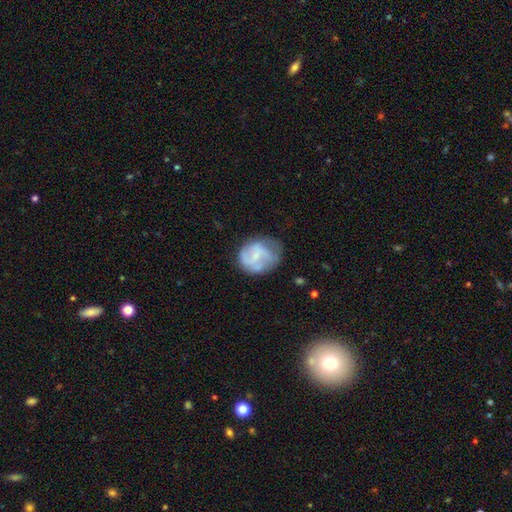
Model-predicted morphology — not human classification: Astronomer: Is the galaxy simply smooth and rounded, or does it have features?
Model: featured or disk — 52% (runner-up: smooth, 40%).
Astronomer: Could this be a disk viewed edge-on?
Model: no — 98%.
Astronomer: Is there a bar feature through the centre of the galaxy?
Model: no — 49% (runner-up: weak, 41%).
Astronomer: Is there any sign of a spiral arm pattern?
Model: yes — 67%.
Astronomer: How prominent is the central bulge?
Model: small — 47% (runner-up: none, 31%).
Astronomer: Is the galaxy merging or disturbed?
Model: none — 49% (runner-up: minor disturbance, 29%).